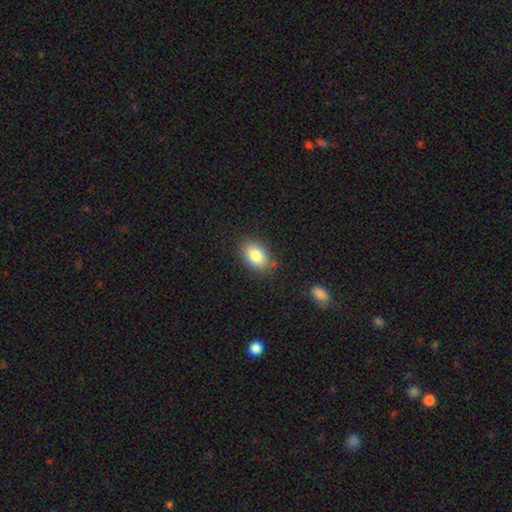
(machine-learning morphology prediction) Overall: smooth (83%). How rounded: in between (83%). Merging: none (81%).